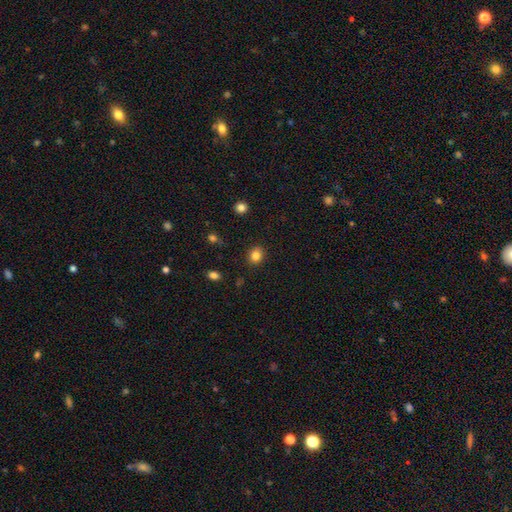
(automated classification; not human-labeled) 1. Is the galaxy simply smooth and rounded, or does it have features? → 83% smooth, 11% star or artifact, 5% featured or disk.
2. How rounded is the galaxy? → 70% round, 29% in between, 1% cigar-shaped.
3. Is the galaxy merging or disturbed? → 89% none, 8% minor disturbance, 2% major disturbance, 1% merger.